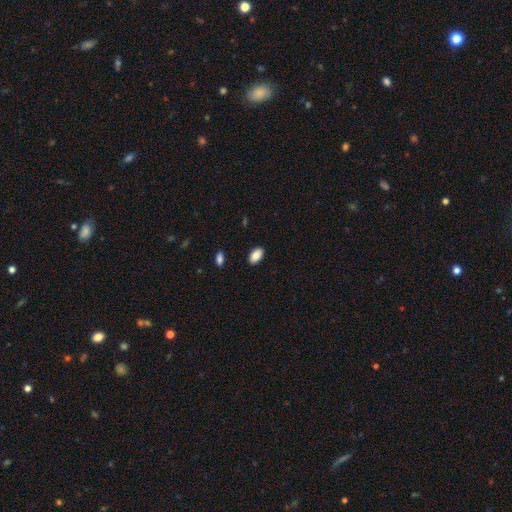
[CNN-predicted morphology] Overall: smooth (87%). How rounded: in between (93%). Merging: none (89%).